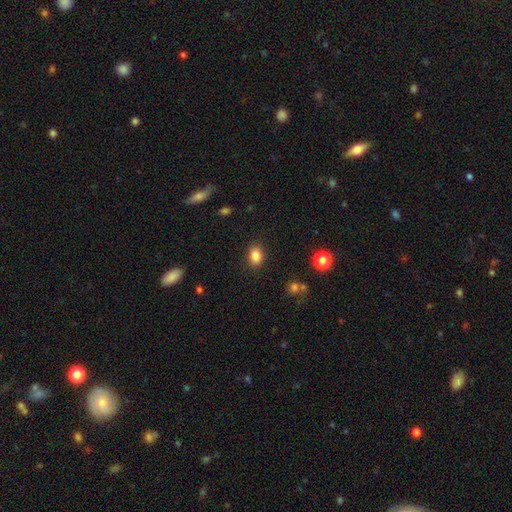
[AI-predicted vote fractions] Overall: smooth (84%). How rounded: in between (65%; round 33%). Merging: none (87%).